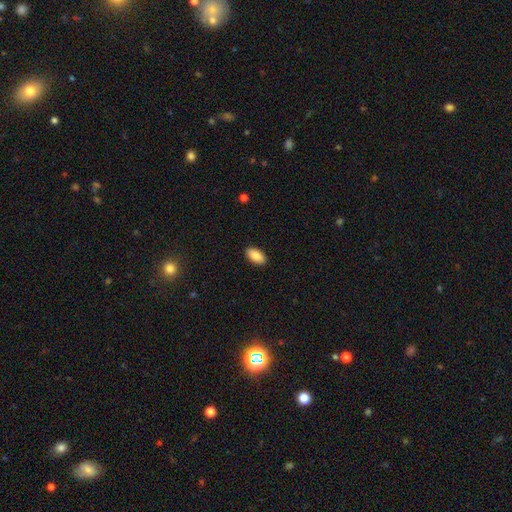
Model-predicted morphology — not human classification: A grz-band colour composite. It shows a smooth galaxy with no disk features (89%) that is in between round and cigar-shaped (94%). Merging: none (90%).